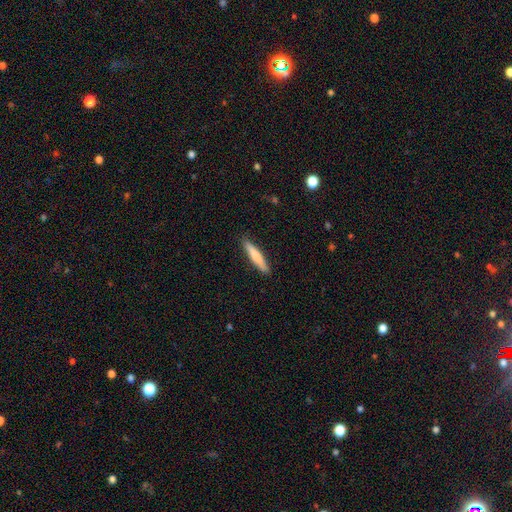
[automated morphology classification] type=smooth (70%); roundness=cigar-shaped (91%); merging=none (89%).